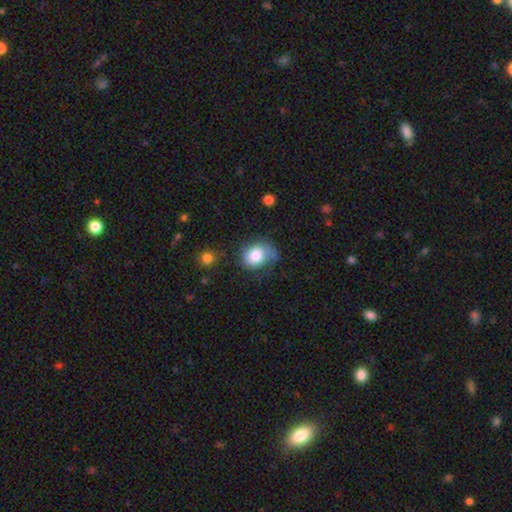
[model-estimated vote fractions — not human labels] Smooth or featured? smooth (78%)
How rounded? round (53%)
Merging? none (55%)